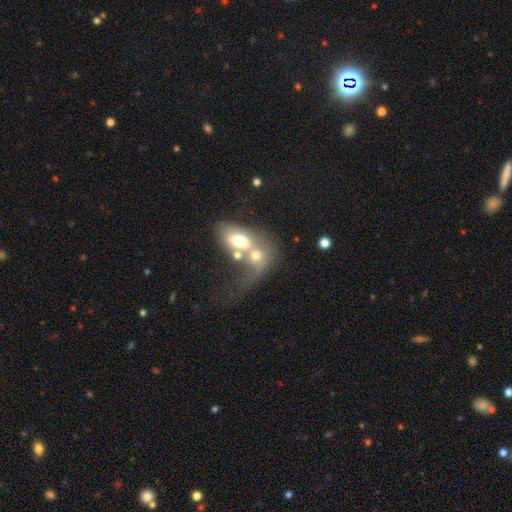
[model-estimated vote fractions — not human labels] Smooth or featured: smooth — 58% (featured or disk — 32%)
How rounded: in between — 70% (round — 26%)
Merging: merger — 67% (major disturbance — 16%)